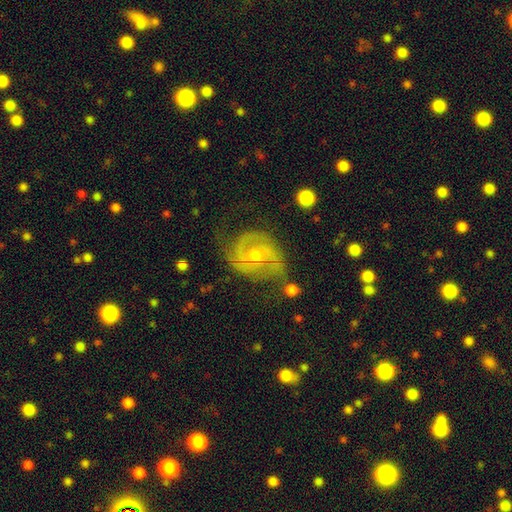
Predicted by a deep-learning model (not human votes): Smooth or featured?
  - featured or disk: 85% *
  - smooth: 9%
  - star or artifact: 6%
Edge-on disk?
  - no: 98% *
  - yes: 2%
Bar?
  - no: 59% *
  - weak: 35%
  - strong: 7%
Spiral arms?
  - yes: 95% *
  - no: 5%
Spiral winding?
  - tight: 47% *
  - medium: 42%
  - loose: 11%
Spiral arm count?
  - 2: 66% *
  - 3: 14%
  - can't tell: 11%
  - 1: 3%
  - 4: 3%
  - more than 4: 3%
Bulge size?
  - moderate: 61% *
  - small: 35%
  - large: 2%
  - none: 1%
  - dominant: 1%
Merging?
  - none: 64% *
  - minor disturbance: 23%
  - major disturbance: 10%
  - merger: 3%